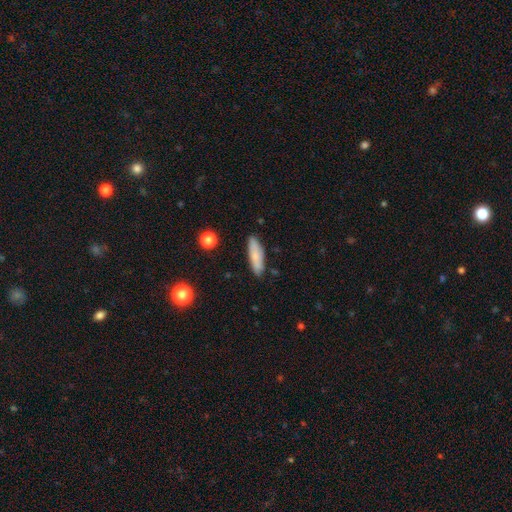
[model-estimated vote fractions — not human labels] Morphology: type=smooth (79%); roundness=cigar-shaped (55%); merging=none (82%).